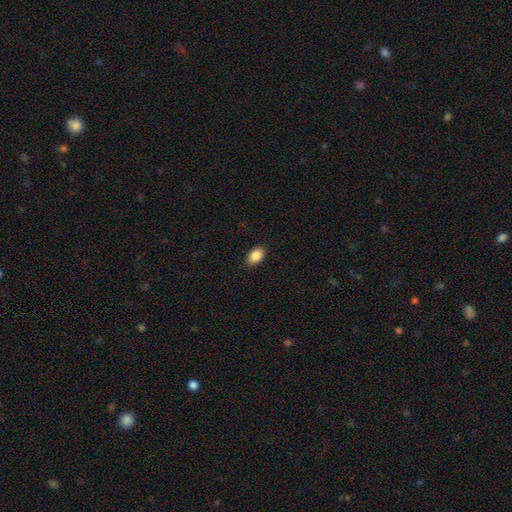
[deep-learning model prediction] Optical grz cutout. It shows a smooth galaxy with no disk features (88%) that is in between round and cigar-shaped (89%). Merging: none (89%).